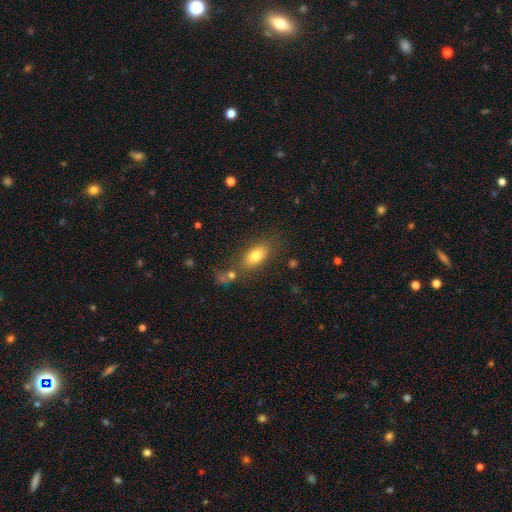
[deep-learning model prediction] The model was most divided on "merging": none: 70%, minor disturbance: 14%, merger: 11%, major disturbance: 6%. More confident: how rounded — in between (86%); smooth or featured — smooth (77%).